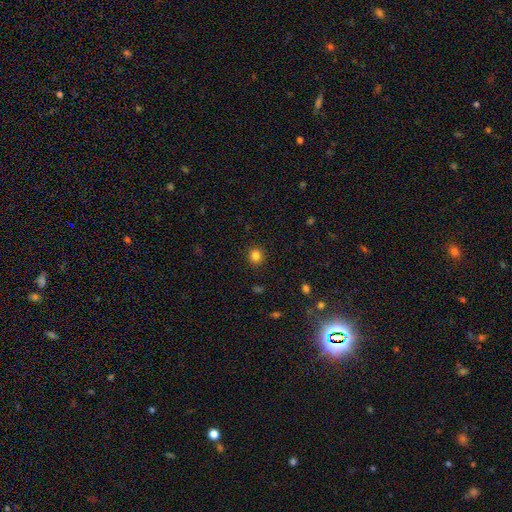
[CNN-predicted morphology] The model was most divided on "smooth or featured": smooth: 83%, star or artifact: 12%, featured or disk: 5%. More confident: merging — none (91%); how rounded — round (87%).